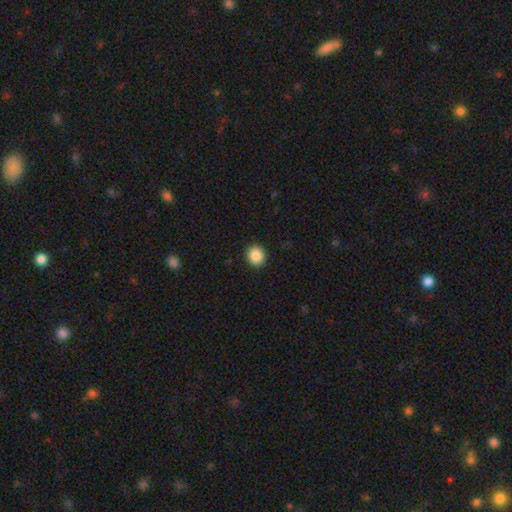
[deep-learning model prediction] smooth 88%, star or artifact 9%, featured or disk 4%. Down the decision tree: how rounded — round (81%); merging — none (92%).